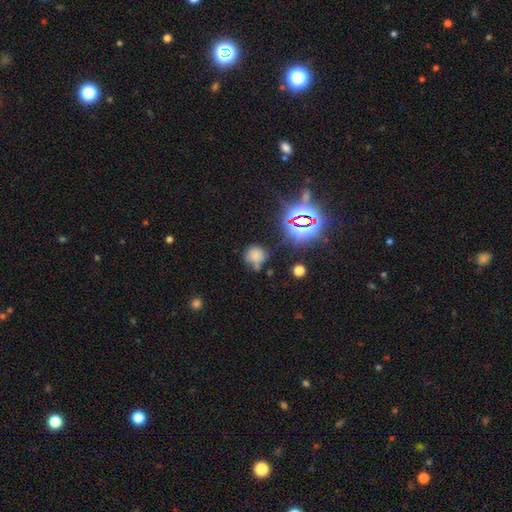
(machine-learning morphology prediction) This appears to be a smooth galaxy with no disk features (65%) that is round (83%). Merging: none (53%).